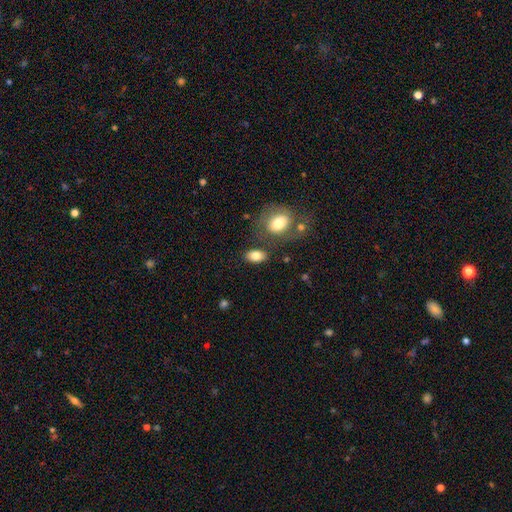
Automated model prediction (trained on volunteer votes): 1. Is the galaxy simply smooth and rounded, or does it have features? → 82% smooth, 10% featured or disk, 8% star or artifact.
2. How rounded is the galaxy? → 88% in between, 10% round, 2% cigar-shaped.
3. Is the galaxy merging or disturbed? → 74% none, 12% minor disturbance, 9% merger, 4% major disturbance.